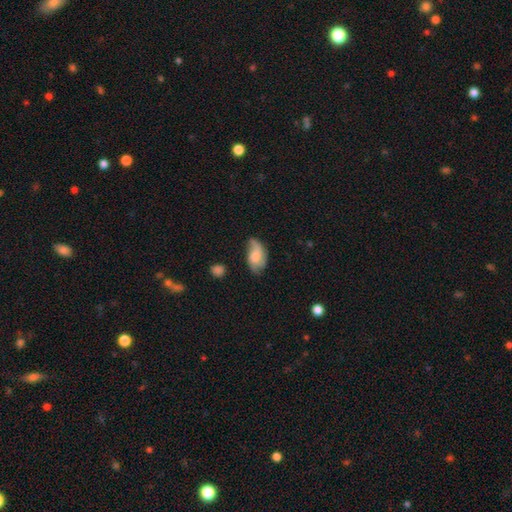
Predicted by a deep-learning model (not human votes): Smooth or featured? Predicted: smooth (p=0.46, tied with featured or disk). Merging? Predicted: none (p=0.54).